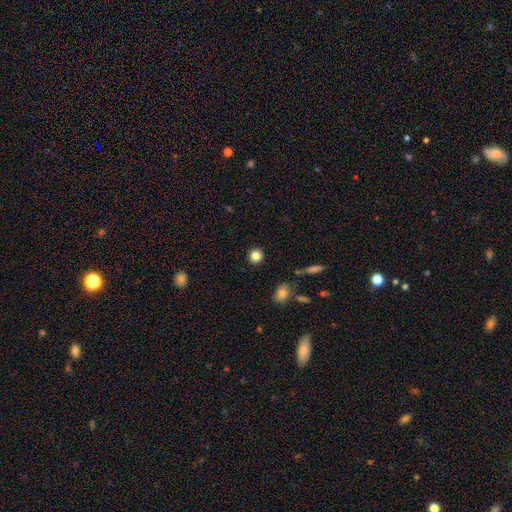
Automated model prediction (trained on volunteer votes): A smooth galaxy with no disk features (84%) that is round (91%).

Vote fractions:
- Smooth or featured? smooth: 84% / star or artifact: 11% / featured or disk: 6%
- How rounded? round: 91% / in between: 8% / cigar-shaped: 1%
- Merging? none: 91% / minor disturbance: 6% / major disturbance: 2% / merger: 2%